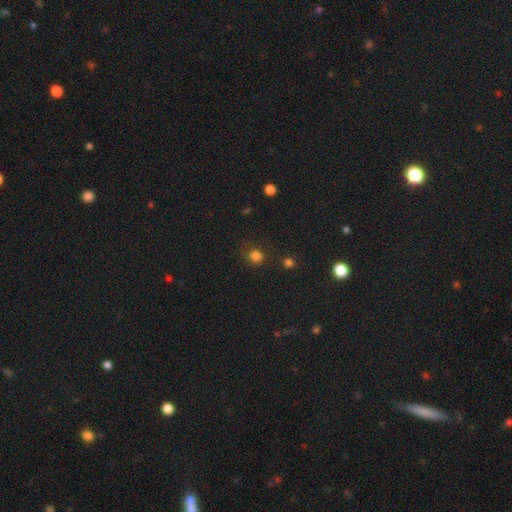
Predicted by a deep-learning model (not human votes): Morphology: type=smooth (80%); roundness=round (88%); merging=none (82%).